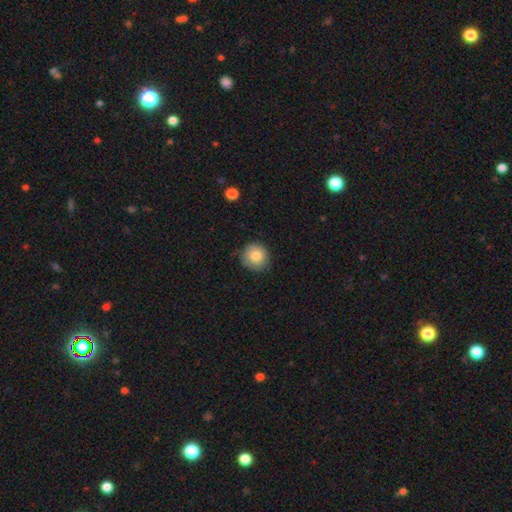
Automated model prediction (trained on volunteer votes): smooth_or_featured: smooth (p=0.80) [alt: featured or disk p=0.12]
how_rounded: round (p=0.93) [alt: in between p=0.06]
merging: none (p=0.82) [alt: minor disturbance p=0.14]